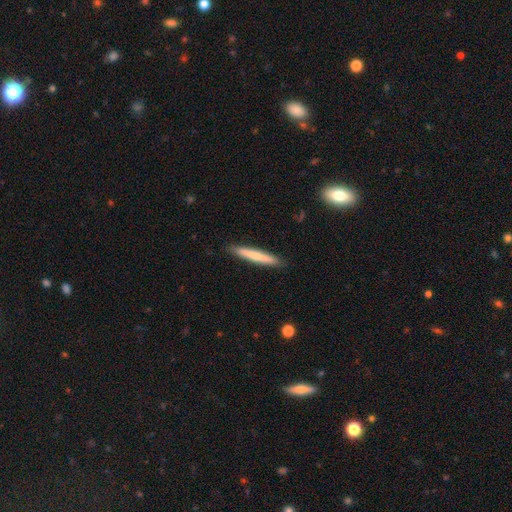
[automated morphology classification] Smooth or featured?
  - smooth: 69% *
  - featured or disk: 25%
  - star or artifact: 5%
How rounded?
  - cigar-shaped: 95% *
  - in between: 4%
  - round: 1%
Merging?
  - none: 90% *
  - minor disturbance: 7%
  - major disturbance: 1%
  - merger: 1%